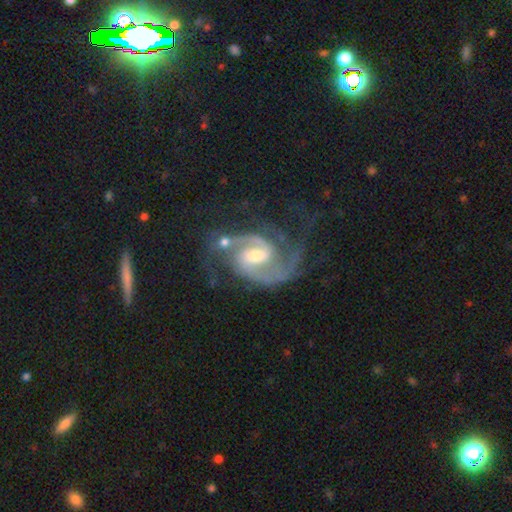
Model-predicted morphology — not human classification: Q: Smooth or featured?
A: featured or disk (92%); runner-up: star or artifact (5%)
Q: Edge-on disk?
A: no (98%); runner-up: yes (2%)
Q: Bar?
A: weak (55%); runner-up: strong (23%)
Q: Spiral arms?
A: yes (98%); runner-up: no (2%)
Q: Spiral winding?
A: medium (58%); runner-up: tight (28%)
Q: Spiral arm count?
A: 2 (84%); runner-up: 3 (7%)
Q: Bulge size?
A: moderate (61%); runner-up: small (31%)
Q: Merging?
A: none (61%); runner-up: minor disturbance (19%)